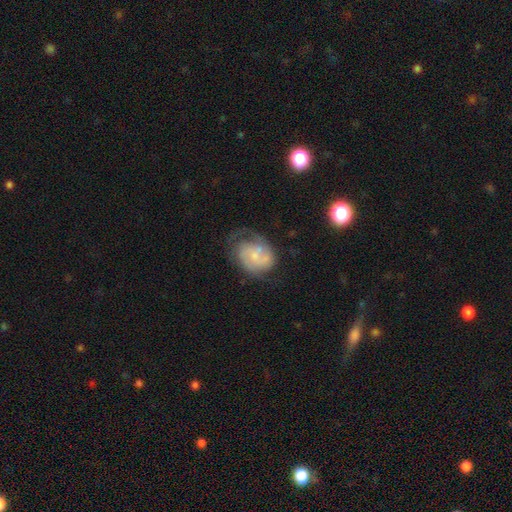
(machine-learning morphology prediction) smooth_or_featured: featured or disk (p=0.61) [alt: smooth p=0.32]
disk_edge_on: no (p=0.98) [alt: yes p=0.02]
bar: no (p=0.64) [alt: weak p=0.31]
has_spiral_arms: yes (p=0.82) [alt: no p=0.18]
bulge_size: small (p=0.57) [alt: moderate p=0.21]
merging: none (p=0.44) [alt: minor disturbance p=0.27]